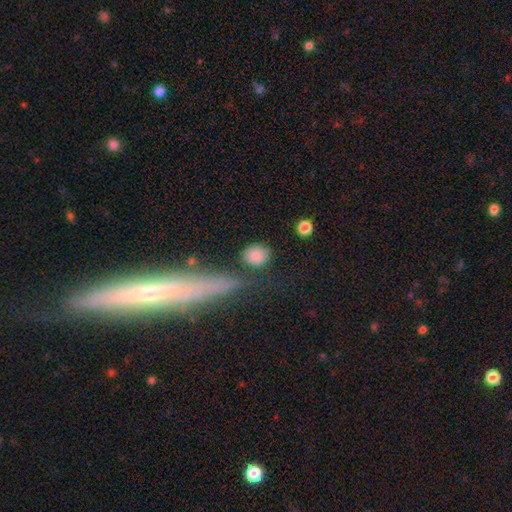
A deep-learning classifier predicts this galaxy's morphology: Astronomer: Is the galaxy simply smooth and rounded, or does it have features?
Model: smooth — 85%.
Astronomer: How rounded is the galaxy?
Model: round — 60% (runner-up: in between, 37%).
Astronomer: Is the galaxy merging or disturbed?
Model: none — 72%.